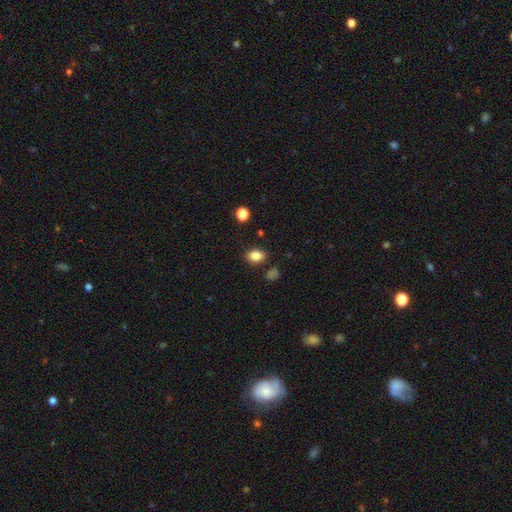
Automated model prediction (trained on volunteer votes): Smooth or featured: smooth — 85% (star or artifact — 10%)
How rounded: in between — 71% (round — 27%)
Merging: none — 81% (minor disturbance — 13%)